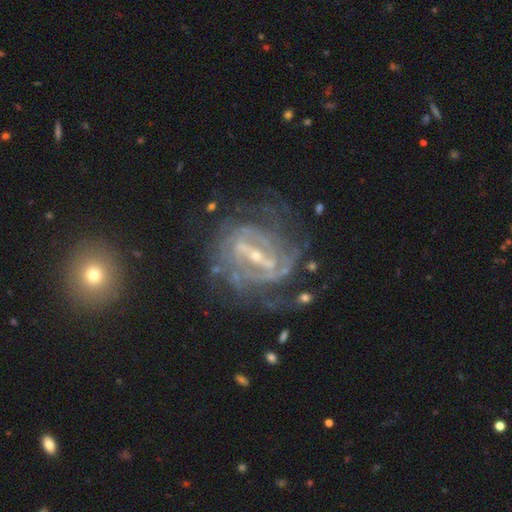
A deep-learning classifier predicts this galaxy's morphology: Overall: featured or disk (89%). Edge-on disk: no (96%). Bar: strong (65%; weak 27%). Spiral arms: yes (94%). Spiral arm count: can't tell (32%; 2 21%). Spiral winding: tight (57%; medium 34%). Bulge size: small (74%). Merging: none (62%).